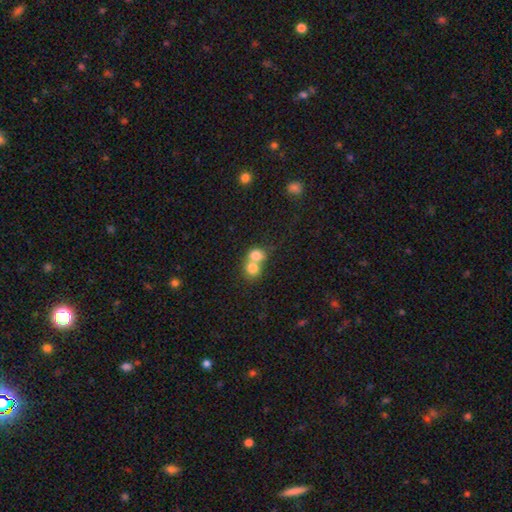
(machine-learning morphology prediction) A smooth galaxy with no disk features (77%) that is round (71%).

Vote fractions:
- Smooth or featured? smooth: 77% / featured or disk: 13% / star or artifact: 10%
- How rounded? round: 71% / in between: 28% / cigar-shaped: 1%
- Merging? merger: 69% / none: 23% / minor disturbance: 5% / major disturbance: 3%